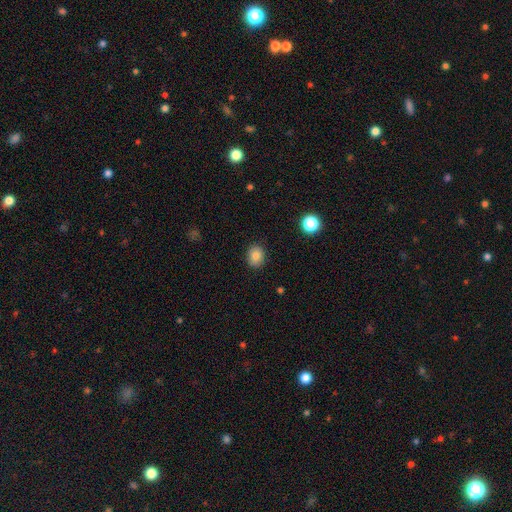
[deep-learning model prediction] A smooth galaxy with no disk features (82%) that is round (56%). Merging: none (88%).